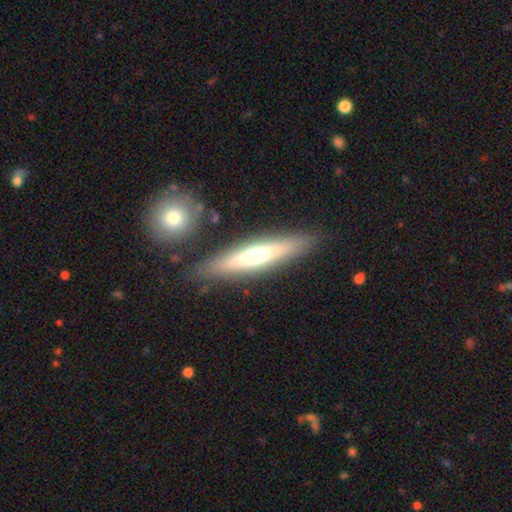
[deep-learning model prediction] smooth-or-featured: featured or disk: 50% | smooth: 43% | star or artifact: 7%
  disk-edge-on: yes: 89% | no: 11%
  merging: none: 84% | minor disturbance: 10% | merger: 3% | major disturbance: 3%